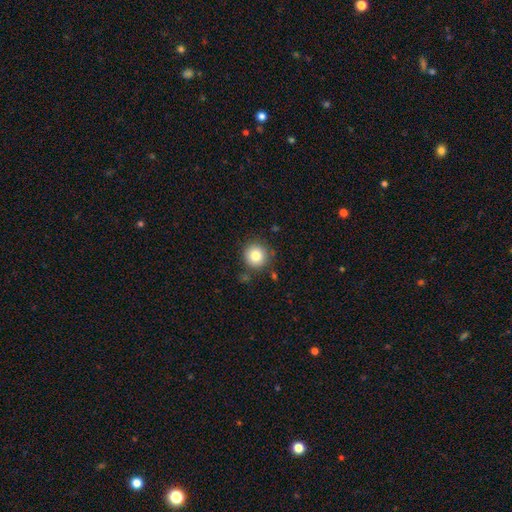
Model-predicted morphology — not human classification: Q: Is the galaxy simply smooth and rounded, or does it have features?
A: smooth — 82%.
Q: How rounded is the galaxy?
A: round — 94%.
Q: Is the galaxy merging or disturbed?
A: none — 85%.